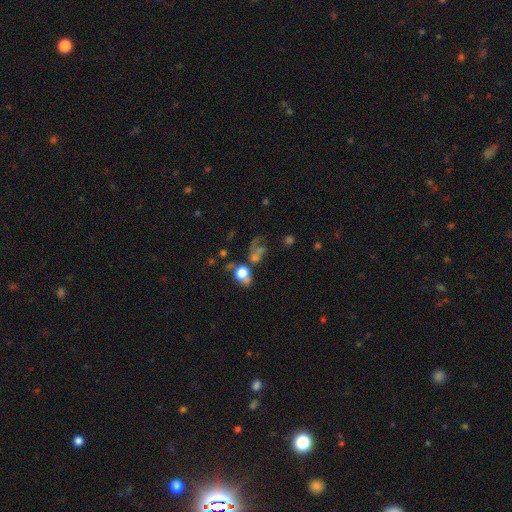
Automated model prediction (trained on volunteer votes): smooth 37%, star or artifact 32%, featured or disk 31%. Down the decision tree: merging — none (34%).